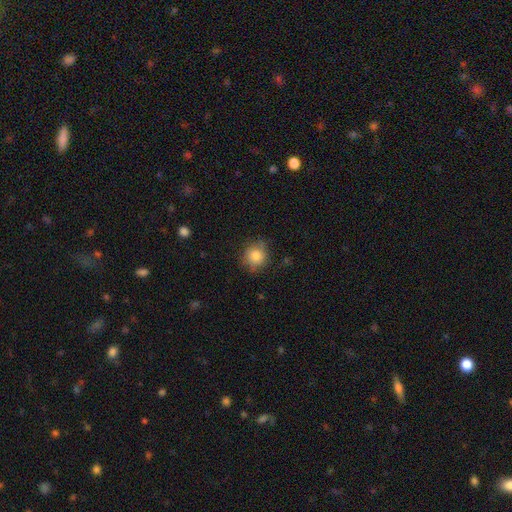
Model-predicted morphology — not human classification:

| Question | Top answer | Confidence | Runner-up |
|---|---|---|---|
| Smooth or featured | smooth | 82% | star or artifact (9%) |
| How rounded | round | 87% | in between (12%) |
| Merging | none | 77% | minor disturbance (18%) |